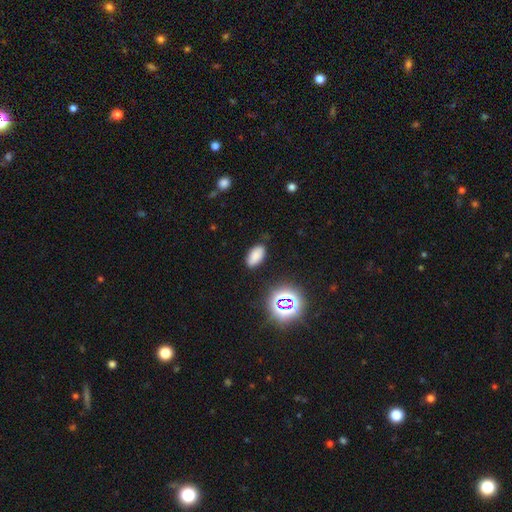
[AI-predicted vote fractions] Smooth or featured: smooth — 78% (star or artifact — 16%)
How rounded: in between — 92% (round — 5%)
Merging: none — 84% (minor disturbance — 11%)